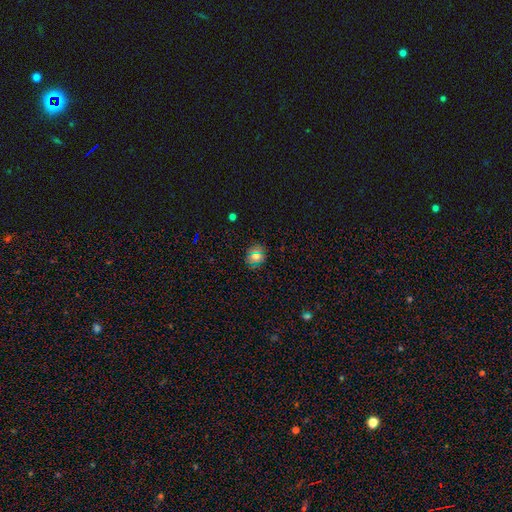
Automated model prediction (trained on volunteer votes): Smooth or featured?
  - smooth: 66% *
  - star or artifact: 24%
  - featured or disk: 10%
How rounded?
  - round: 79% *
  - in between: 20%
  - cigar-shaped: 2%
Merging?
  - none: 87% *
  - minor disturbance: 9%
  - major disturbance: 3%
  - merger: 1%